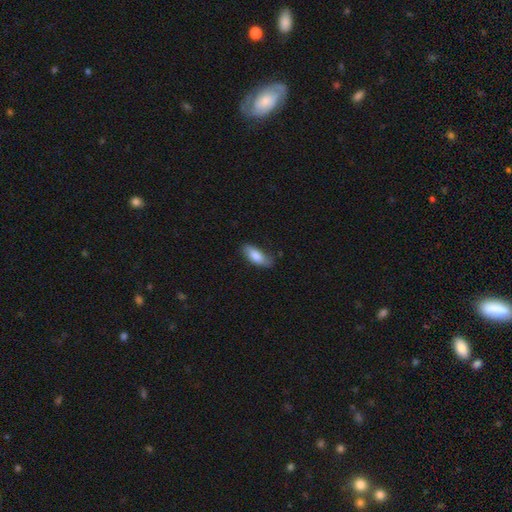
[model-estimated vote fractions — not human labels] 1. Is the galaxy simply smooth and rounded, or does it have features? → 81% smooth, 13% featured or disk, 6% star or artifact.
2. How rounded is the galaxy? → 76% in between, 21% cigar-shaped, 2% round.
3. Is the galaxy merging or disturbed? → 70% none, 24% minor disturbance, 4% major disturbance, 2% merger.